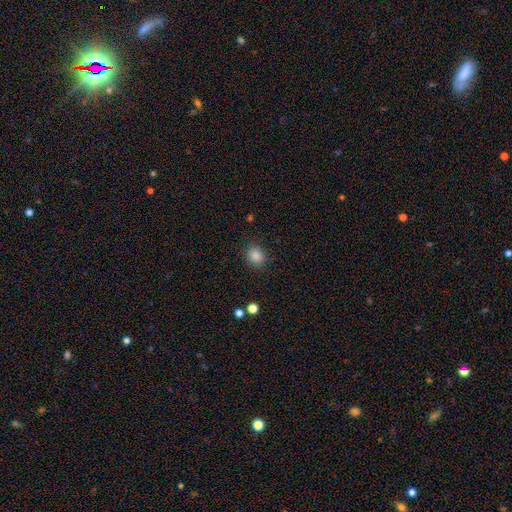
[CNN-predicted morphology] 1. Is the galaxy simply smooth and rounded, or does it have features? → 86% smooth, 11% star or artifact, 4% featured or disk.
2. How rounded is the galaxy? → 66% round, 33% in between, 1% cigar-shaped.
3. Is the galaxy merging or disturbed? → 86% none, 9% minor disturbance, 3% major disturbance, 1% merger.